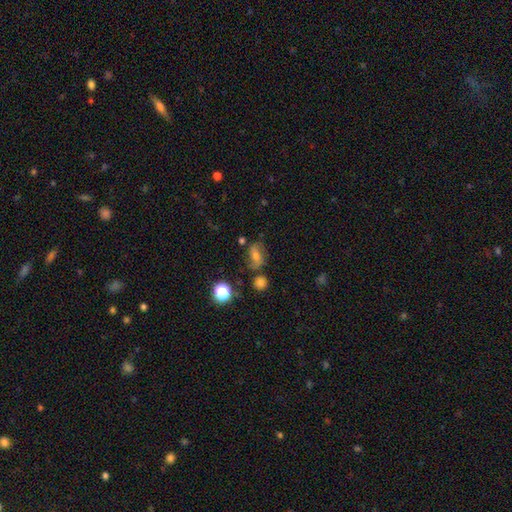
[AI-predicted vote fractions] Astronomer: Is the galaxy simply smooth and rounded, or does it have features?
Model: featured or disk — 42% (runner-up: smooth, 37%).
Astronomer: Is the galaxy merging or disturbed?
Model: none — 65%.